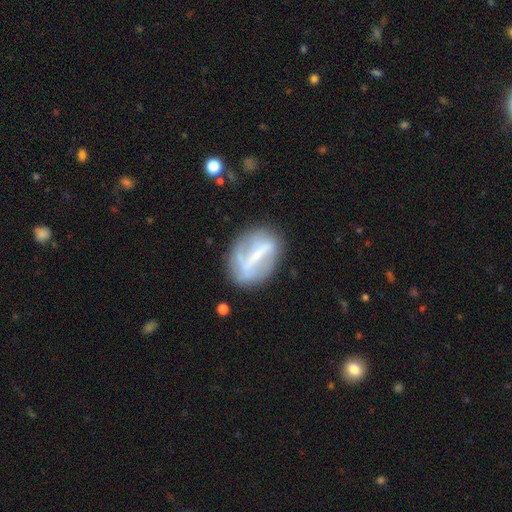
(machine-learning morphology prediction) Q: Smooth or featured?
A: featured or disk (70%); runner-up: smooth (22%)
Q: Edge-on disk?
A: no (90%); runner-up: yes (10%)
Q: Bar?
A: strong (69%); runner-up: weak (22%)
Q: Spiral arms?
A: yes (50%); tied with: no (50%)
Q: Bulge size?
A: small (63%); runner-up: moderate (19%)
Q: Merging?
A: none (74%); runner-up: minor disturbance (17%)